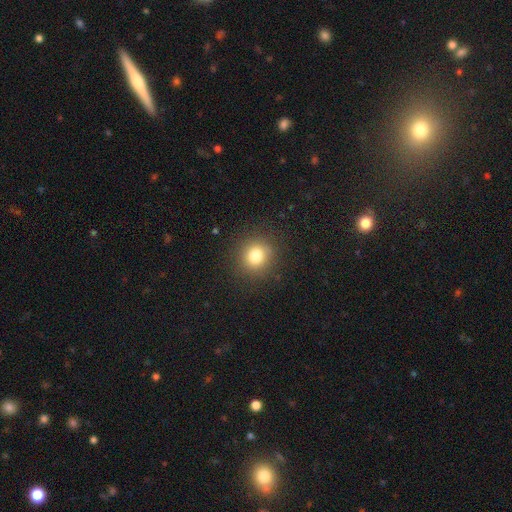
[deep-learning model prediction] A smooth galaxy with no disk features (80%) that is round (89%). Merging: none (88%).